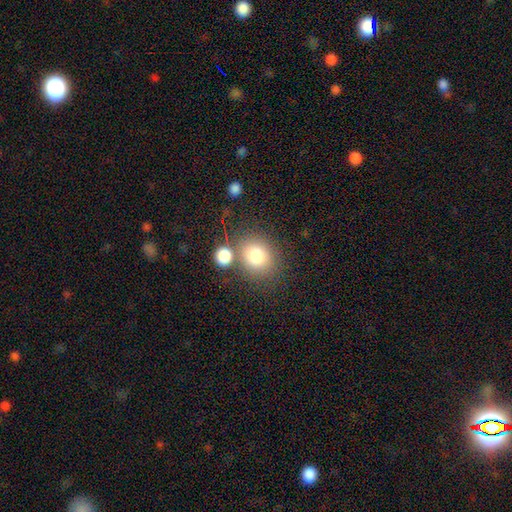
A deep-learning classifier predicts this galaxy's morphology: Q: Smooth or featured?
A: smooth (80%); runner-up: star or artifact (10%)
Q: How rounded?
A: round (69%); runner-up: in between (30%)
Q: Merging?
A: none (64%); runner-up: merger (19%)